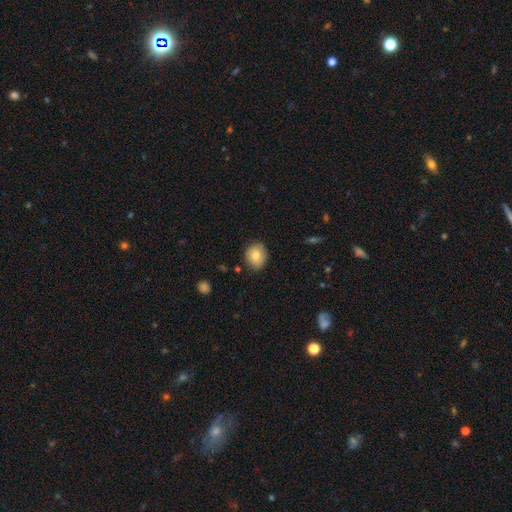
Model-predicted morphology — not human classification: Overall: smooth (80%). How rounded: round (68%; in between 31%). Merging: none (82%).